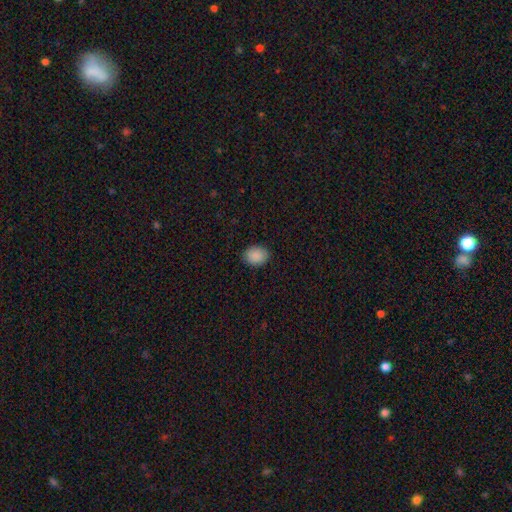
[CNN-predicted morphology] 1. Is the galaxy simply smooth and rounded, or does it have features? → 89% smooth, 8% star or artifact, 3% featured or disk.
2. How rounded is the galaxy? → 56% in between, 43% round, 1% cigar-shaped.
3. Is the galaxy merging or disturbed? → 88% none, 9% minor disturbance, 2% major disturbance, 1% merger.